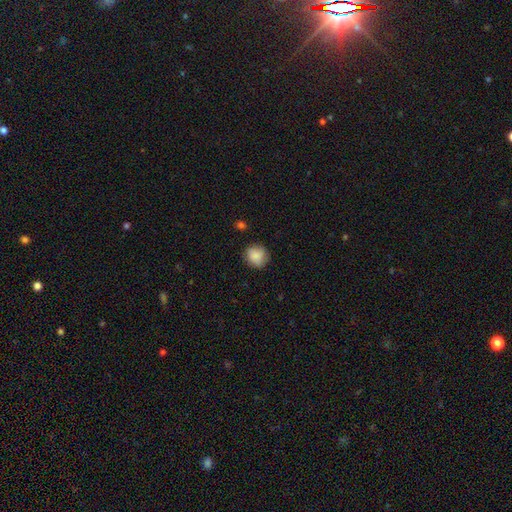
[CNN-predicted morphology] This is clearly a smooth galaxy (87%). How rounded: clearly round (87%). Merging: clearly none (84%).